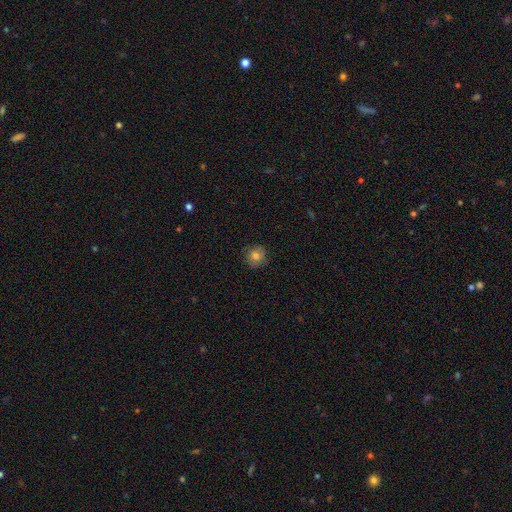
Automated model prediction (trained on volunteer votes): A smooth galaxy with no disk features (78%) that is round (87%).

Vote fractions:
- Smooth or featured? smooth: 78% / star or artifact: 11% / featured or disk: 11%
- How rounded? round: 87% / in between: 12% / cigar-shaped: 1%
- Merging? none: 82% / minor disturbance: 14% / major disturbance: 3% / merger: 1%